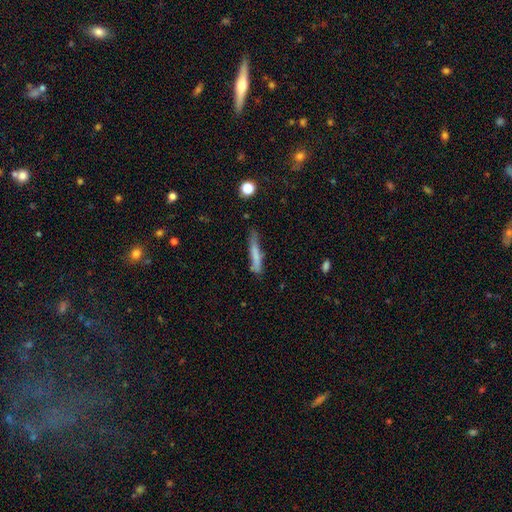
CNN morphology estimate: type=smooth (70%); roundness=cigar-shaped (92%); merging=none (61%).